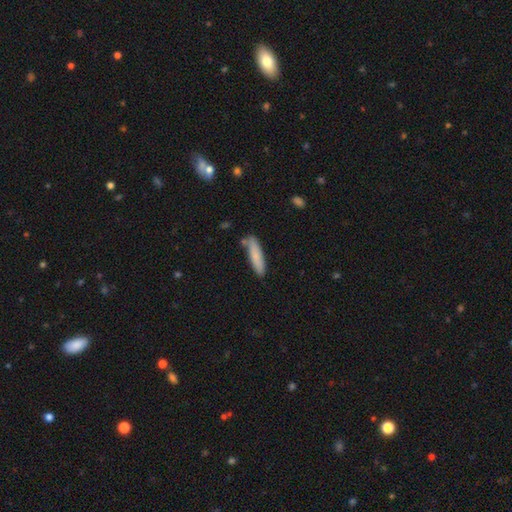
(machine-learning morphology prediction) Smooth or featured? smooth (79%)
How rounded? cigar-shaped (80%)
Merging? none (76%)